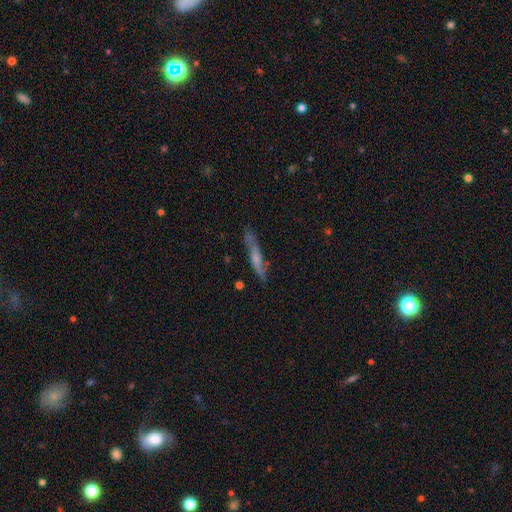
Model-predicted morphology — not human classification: This is possibly a featured or disk galaxy (53%). It is clearly viewed edge-on (80%). Merging: likely none (76%).